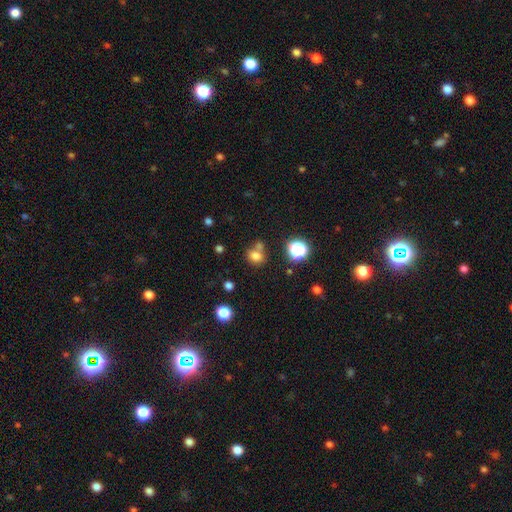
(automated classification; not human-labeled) The model was most divided on "how rounded": round: 58%, in between: 41%, cigar-shaped: 1%. More confident: smooth or featured — smooth (75%); merging — none (56%).